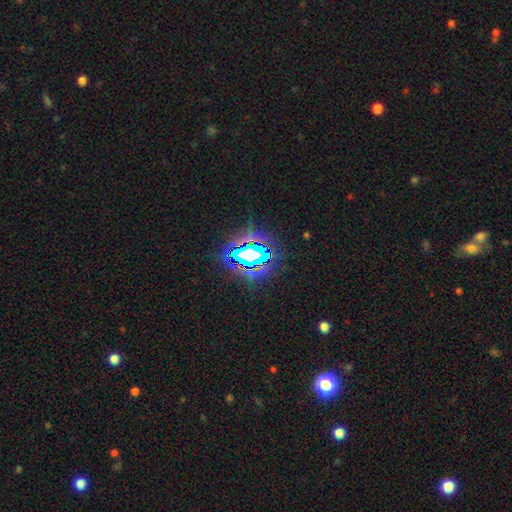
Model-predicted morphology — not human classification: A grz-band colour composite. It shows a star or artifact, not a galaxy (80%).